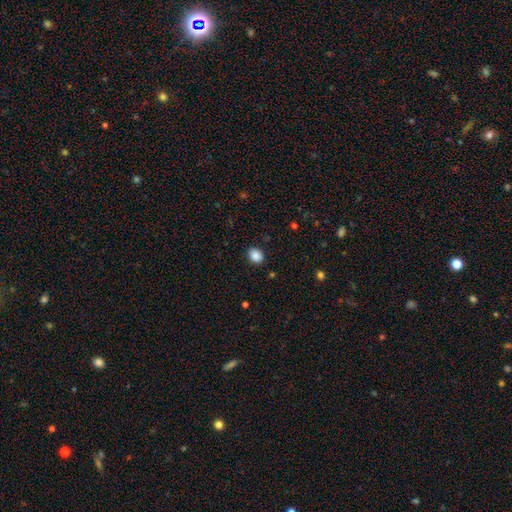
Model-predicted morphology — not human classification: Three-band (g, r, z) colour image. It shows a smooth galaxy with no disk features (88%) that is round (51%). Merging: none (89%).